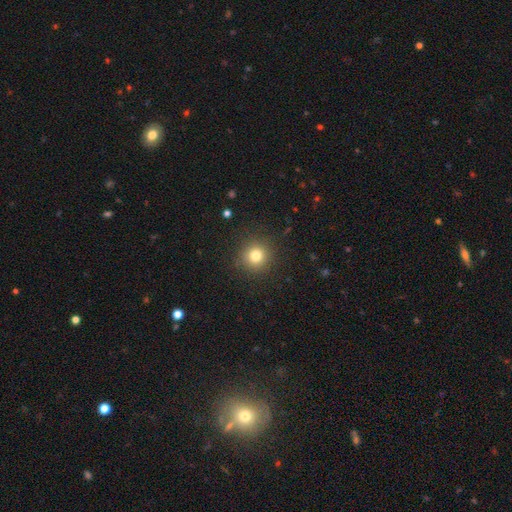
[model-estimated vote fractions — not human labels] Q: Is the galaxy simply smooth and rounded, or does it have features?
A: smooth — 78%.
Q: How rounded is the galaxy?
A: round — 94%.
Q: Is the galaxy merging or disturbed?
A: none — 90%.